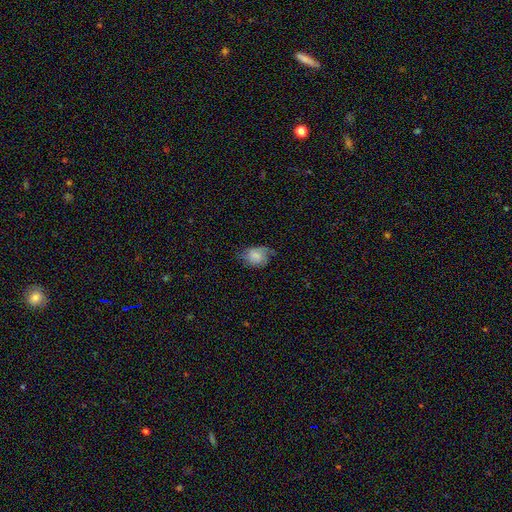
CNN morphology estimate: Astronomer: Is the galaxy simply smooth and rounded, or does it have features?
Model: smooth — 70%.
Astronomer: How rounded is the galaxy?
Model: in between — 70%.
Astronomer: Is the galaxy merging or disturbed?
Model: none — 53% (runner-up: minor disturbance, 32%).